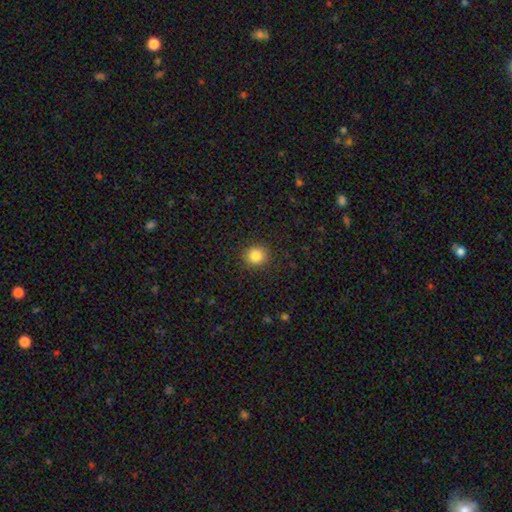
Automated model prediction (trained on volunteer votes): Smooth or featured? smooth (85%)
How rounded? round (87%)
Merging? none (90%)